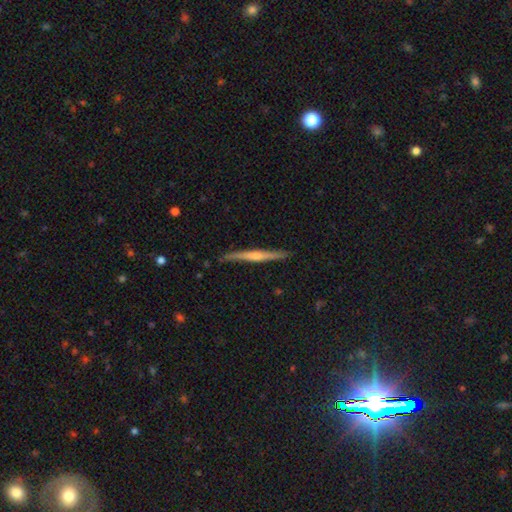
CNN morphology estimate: type=featured or disk (72%); edge-on=yes (97%); edge-on bulge=rounded (75%); merging=none (89%).